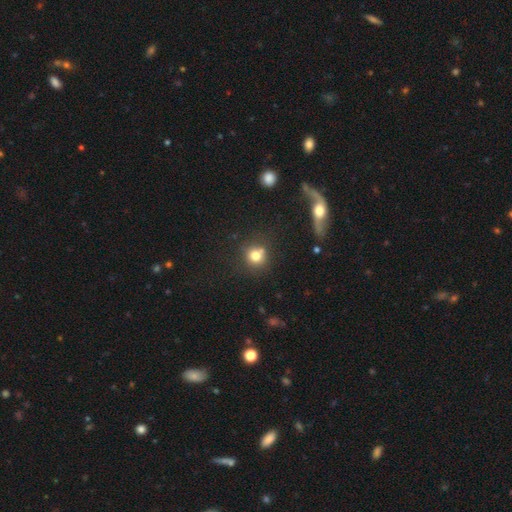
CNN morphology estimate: This is likely a smooth galaxy (77%). How rounded: clearly round (87%). Merging: likely none (65%).